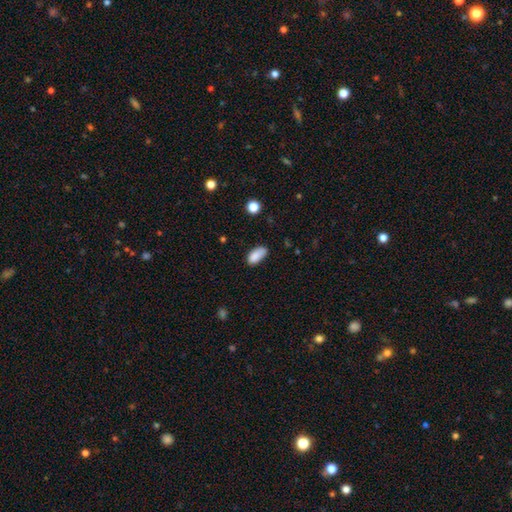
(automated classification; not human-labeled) A smooth galaxy with no disk features (86%) that is in between round and cigar-shaped (90%).

Vote fractions:
- Smooth or featured? smooth: 86% / star or artifact: 8% / featured or disk: 5%
- How rounded? in between: 90% / cigar-shaped: 7% / round: 3%
- Merging? none: 67% / minor disturbance: 26% / major disturbance: 5% / merger: 2%